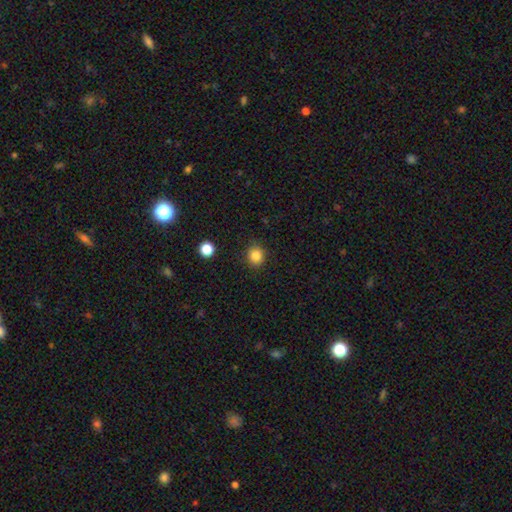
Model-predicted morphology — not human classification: A smooth galaxy with no disk features (85%) that is round (79%).

Vote fractions:
- Smooth or featured? smooth: 85% / star or artifact: 11% / featured or disk: 4%
- How rounded? round: 79% / in between: 20% / cigar-shaped: 1%
- Merging? none: 87% / minor disturbance: 9% / major disturbance: 3% / merger: 2%